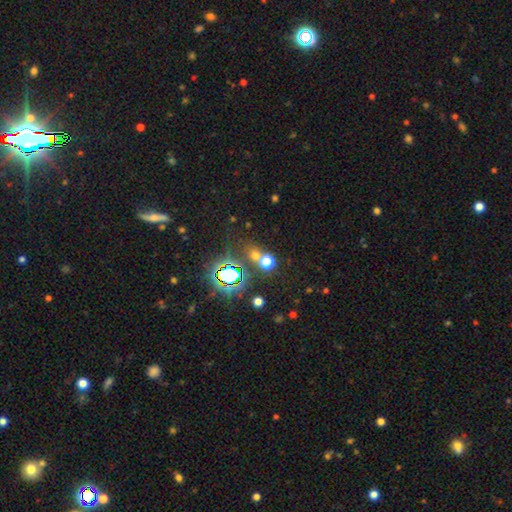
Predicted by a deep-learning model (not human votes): smooth_or_featured: smooth (p=0.54) [alt: star or artifact p=0.38]
how_rounded: round (p=0.81) [alt: in between p=0.17]
merging: none (p=0.65) [alt: merger p=0.23]